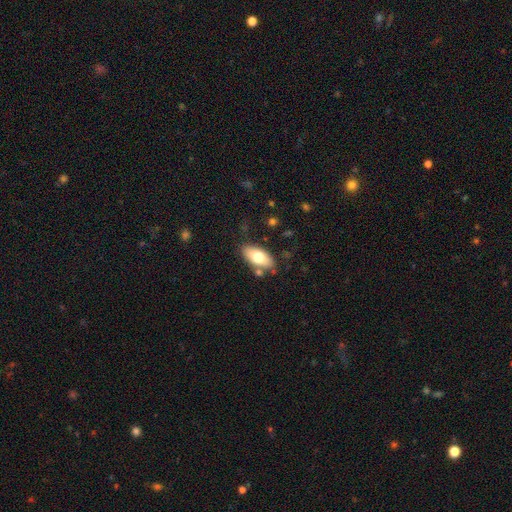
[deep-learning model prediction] Smooth or featured? smooth (71%)
How rounded? in between (89%)
Merging? none (78%)